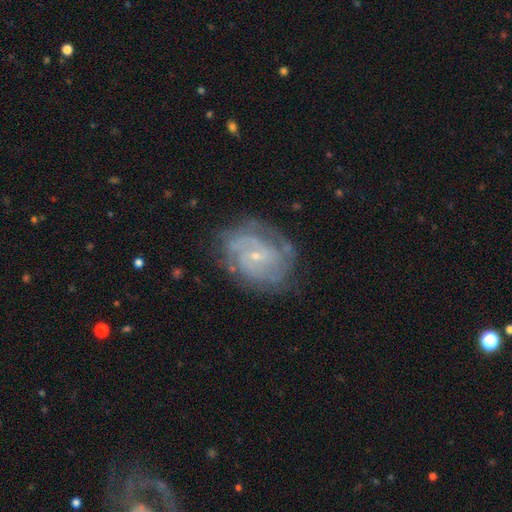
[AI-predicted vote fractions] smooth_or_featured: featured or disk (p=0.84) [alt: smooth p=0.09]
disk_edge_on: no (p=0.97) [alt: yes p=0.03]
bar: no (p=0.52) [alt: weak p=0.39]
has_spiral_arms: yes (p=0.95) [alt: no p=0.05]
spiral_winding: tight (p=0.58) [alt: medium p=0.35]
spiral_arm_count: 2 (p=0.40) [alt: can't tell p=0.28]
bulge_size: small (p=0.79) [alt: moderate p=0.16]
merging: none (p=0.73) [alt: minor disturbance p=0.18]